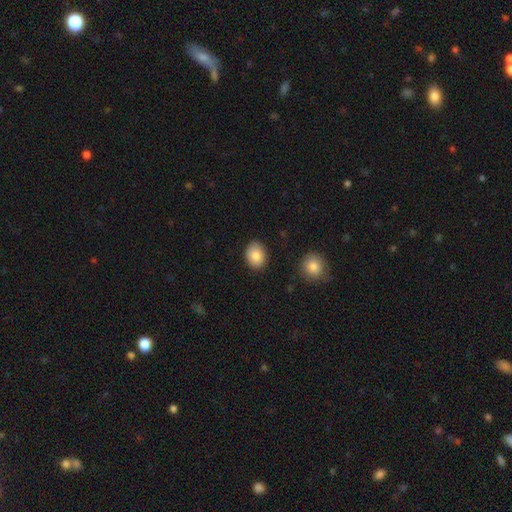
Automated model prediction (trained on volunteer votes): This appears to be a smooth galaxy with no disk features (86%) that is in between round and cigar-shaped (68%). Merging: none (85%).